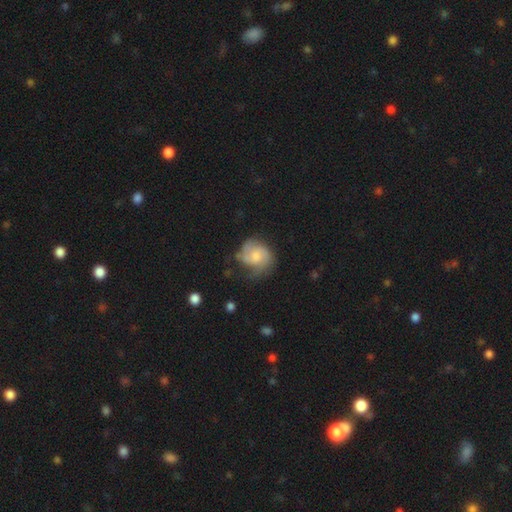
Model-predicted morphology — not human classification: This appears to be a featured or disk galaxy (61%) with no bar (69%), 2 (55%) medium (44%) spiral arms (88%) and a small central bulge (43%). Merging: none (52%).